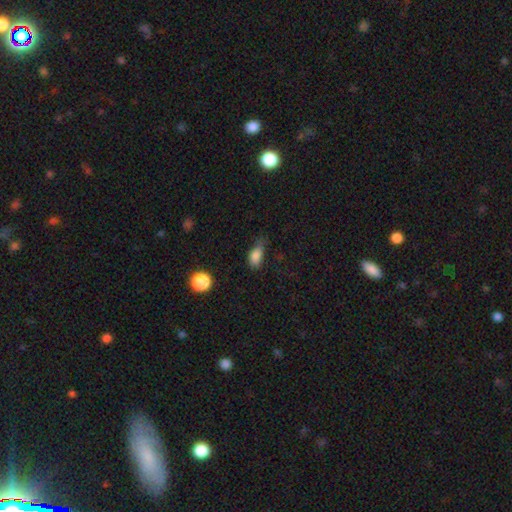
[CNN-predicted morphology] type=smooth (83%); roundness=in between (83%); merging=minor disturbance (42%).